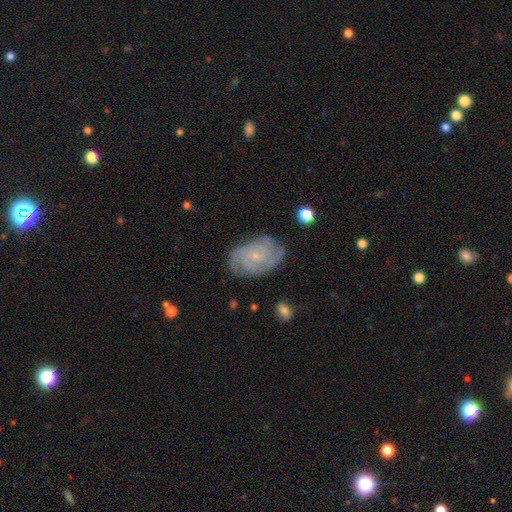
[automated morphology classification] Overall: featured or disk (76%). Edge-on disk: no (97%). Bar: no (75%). Spiral arms: yes (93%). Spiral arm count: can't tell (36%; 3 19%). Spiral winding: tight (63%; medium 29%). Bulge size: small (80%). Merging: none (78%).